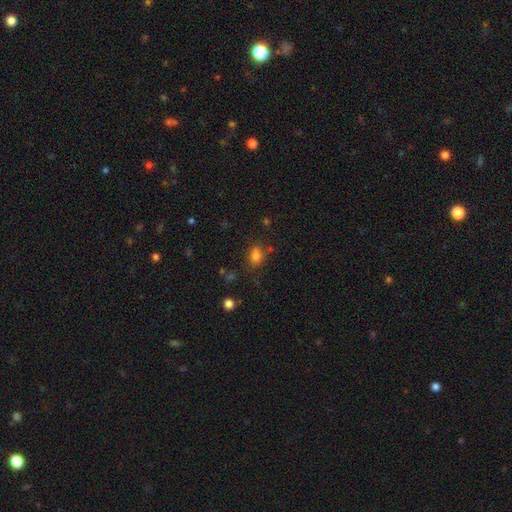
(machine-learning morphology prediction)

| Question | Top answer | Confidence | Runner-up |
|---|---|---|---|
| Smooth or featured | smooth | 78% | star or artifact (15%) |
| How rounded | in between | 55% | round (44%) |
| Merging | none | 69% | minor disturbance (17%) |